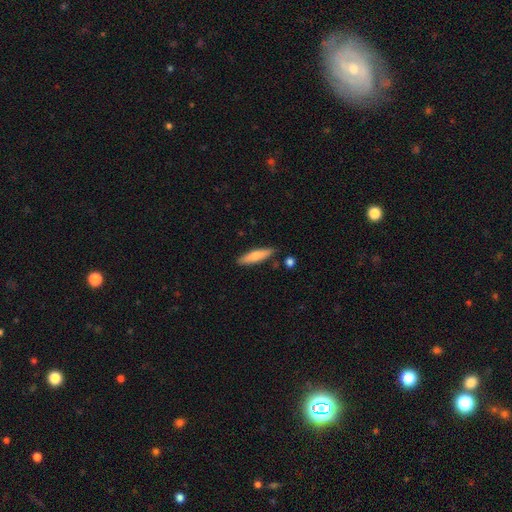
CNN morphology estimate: smooth_or_featured: smooth (p=0.72) [alt: featured or disk p=0.22]
how_rounded: cigar-shaped (p=0.71) [alt: in between p=0.27]
merging: none (p=0.82) [alt: minor disturbance p=0.12]